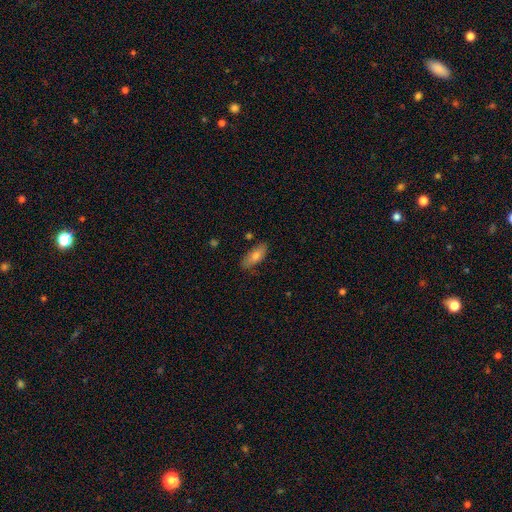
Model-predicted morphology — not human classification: smooth_or_featured: smooth (p=0.73) [alt: featured or disk p=0.20]
how_rounded: in between (p=0.76) [alt: cigar-shaped p=0.22]
merging: none (p=0.80) [alt: minor disturbance p=0.15]